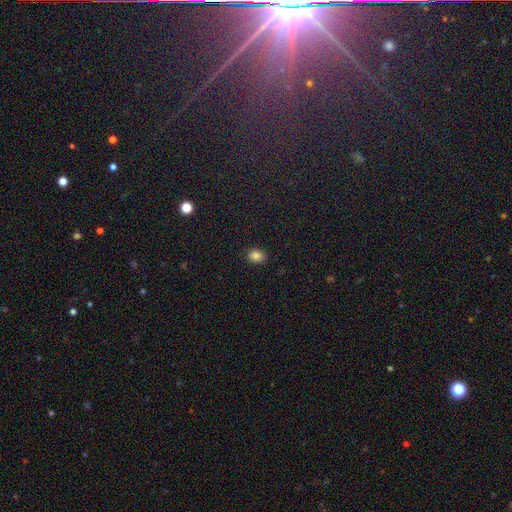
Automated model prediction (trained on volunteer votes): Smooth or featured? smooth (84%)
How rounded? in between (53%)
Merging? none (88%)